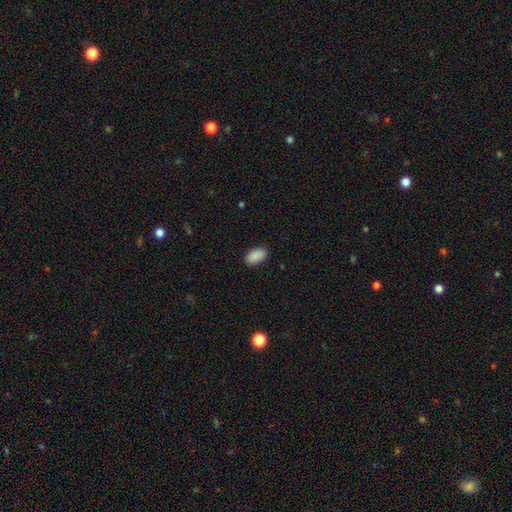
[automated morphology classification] The model was most divided on "merging": none: 87%, minor disturbance: 10%, major disturbance: 2%, merger: 1%. More confident: how rounded — in between (94%); smooth or featured — smooth (90%).